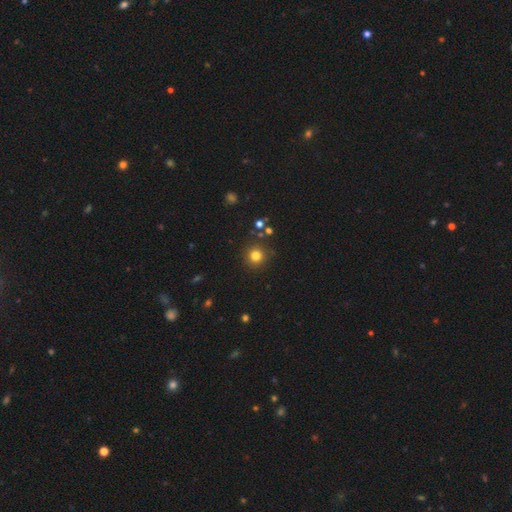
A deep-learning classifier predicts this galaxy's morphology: A smooth galaxy with no disk features (79%) that is round (94%). Merging: none (87%).